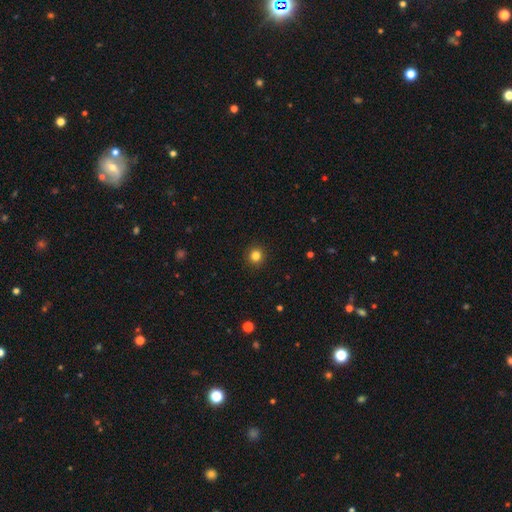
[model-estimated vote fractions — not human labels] Smooth or featured? Predicted: smooth (p=0.83). How rounded? Predicted: round (p=0.93). Merging? Predicted: none (p=0.93).